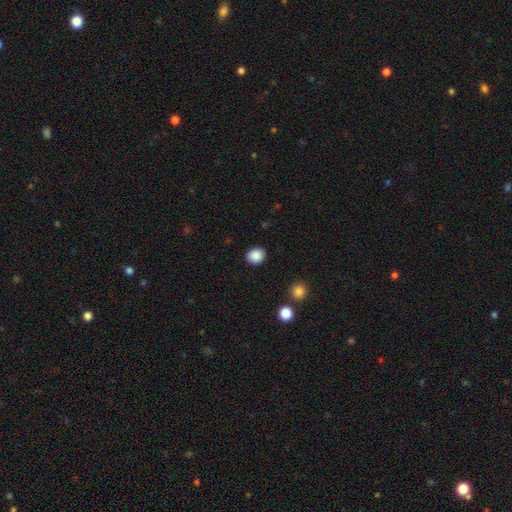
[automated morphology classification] Smooth or featured: smooth — 88% (star or artifact — 9%)
How rounded: round — 64% (in between — 35%)
Merging: none — 90% (minor disturbance — 7%)